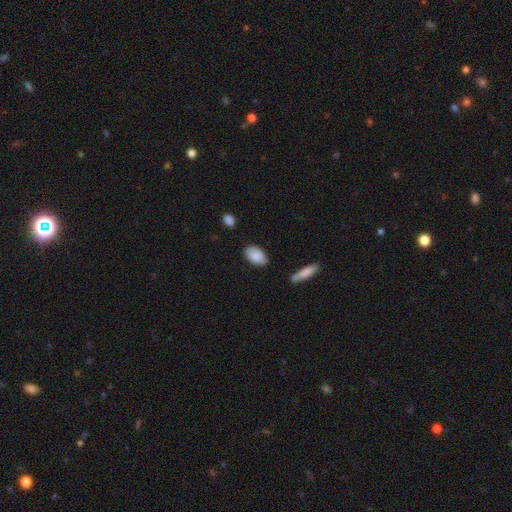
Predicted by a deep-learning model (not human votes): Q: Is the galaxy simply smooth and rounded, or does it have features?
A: smooth — 88%.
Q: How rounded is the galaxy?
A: in between — 93%.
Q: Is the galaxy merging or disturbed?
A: none — 80%.